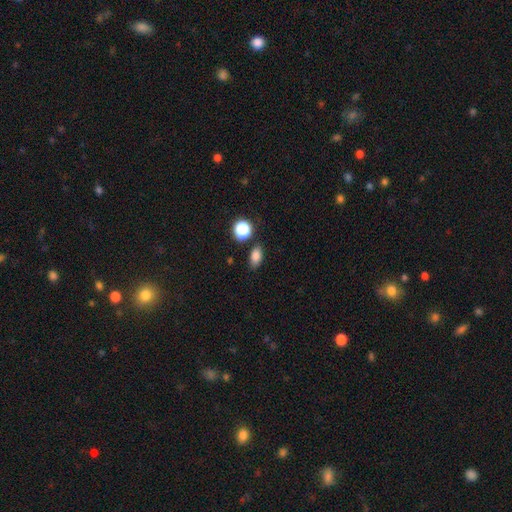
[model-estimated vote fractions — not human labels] Smooth or featured? Predicted: smooth (p=0.81). How rounded? Predicted: in between (p=0.83). Merging? Predicted: none (p=0.82).